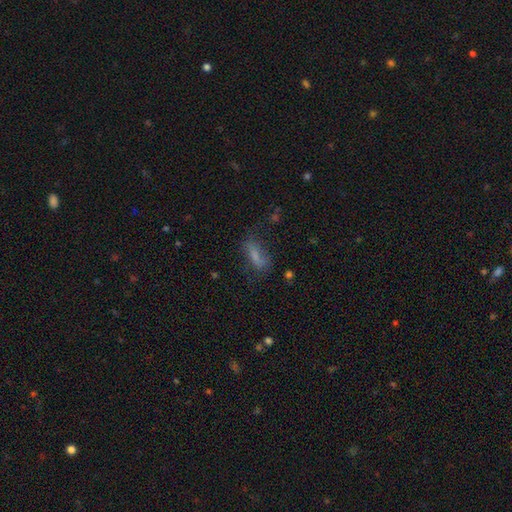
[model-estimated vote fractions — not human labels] A smooth galaxy with no disk features (63%) that is in between round and cigar-shaped (61%).

Vote fractions:
- Smooth or featured? smooth: 63% / featured or disk: 23% / star or artifact: 14%
- How rounded? in between: 61% / cigar-shaped: 35% / round: 4%
- Merging? none: 54% / minor disturbance: 24% / major disturbance: 18% / merger: 4%